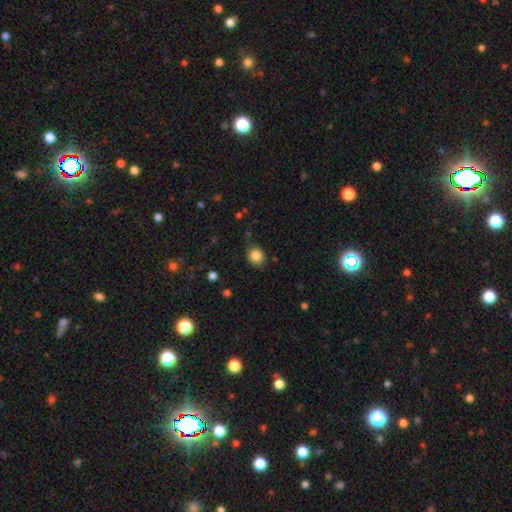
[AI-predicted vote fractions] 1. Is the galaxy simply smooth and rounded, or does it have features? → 85% smooth, 10% star or artifact, 5% featured or disk.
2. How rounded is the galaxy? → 64% round, 35% in between, 1% cigar-shaped.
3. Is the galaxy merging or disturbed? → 81% none, 14% minor disturbance, 3% major disturbance, 2% merger.